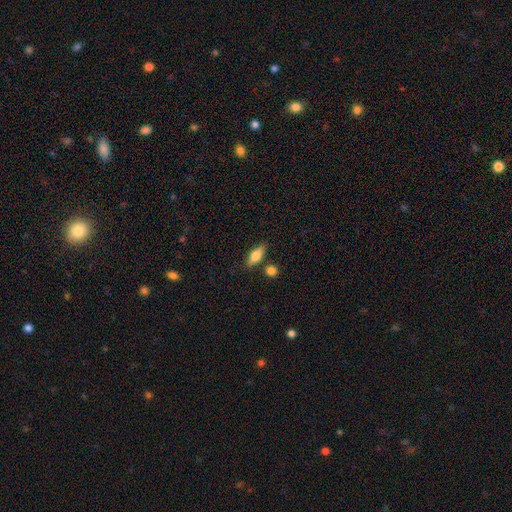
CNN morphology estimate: This appears to be a smooth galaxy with no disk features (69%) that is in between round and cigar-shaped (69%). Merging: none (75%).